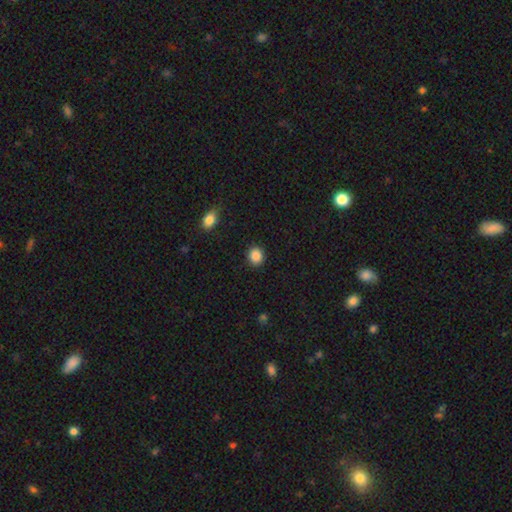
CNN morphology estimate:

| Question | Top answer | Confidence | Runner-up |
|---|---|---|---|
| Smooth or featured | smooth | 88% | star or artifact (9%) |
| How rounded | round | 75% | in between (24%) |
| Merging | none | 90% | minor disturbance (6%) |